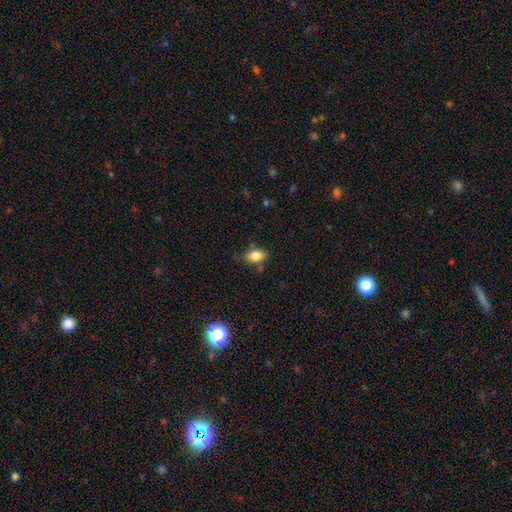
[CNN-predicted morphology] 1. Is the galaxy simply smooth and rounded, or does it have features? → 82% smooth, 9% featured or disk, 9% star or artifact.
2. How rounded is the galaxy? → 85% in between, 13% round, 2% cigar-shaped.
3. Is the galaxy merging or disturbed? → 70% none, 21% minor disturbance, 5% merger, 4% major disturbance.